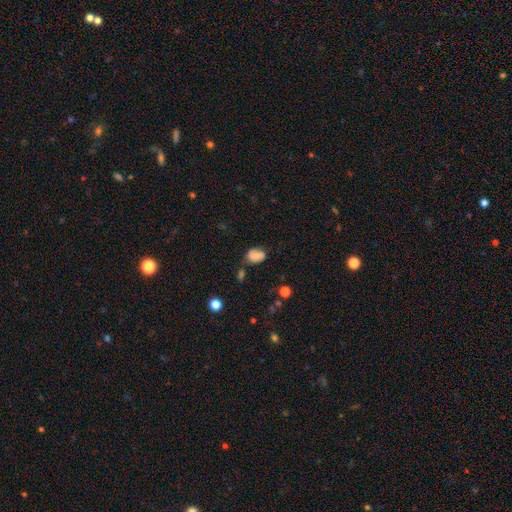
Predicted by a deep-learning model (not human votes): Q: Smooth or featured?
A: smooth (63%); runner-up: featured or disk (26%)
Q: How rounded?
A: in between (75%); runner-up: round (23%)
Q: Merging?
A: none (52%); runner-up: minor disturbance (28%)